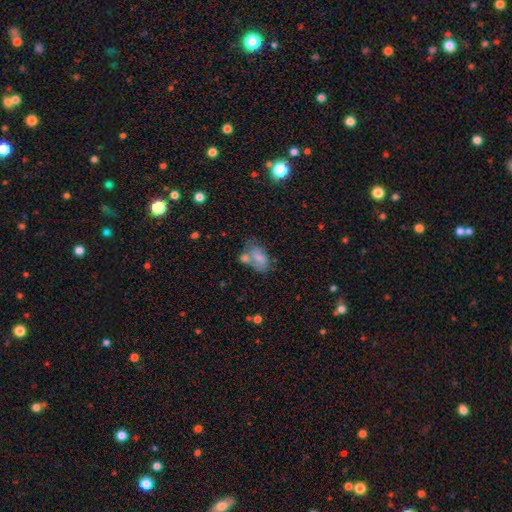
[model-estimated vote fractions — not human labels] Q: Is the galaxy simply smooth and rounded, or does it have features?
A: smooth — 61%.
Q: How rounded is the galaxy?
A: in between — 88%.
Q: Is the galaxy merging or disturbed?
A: none — 37%.